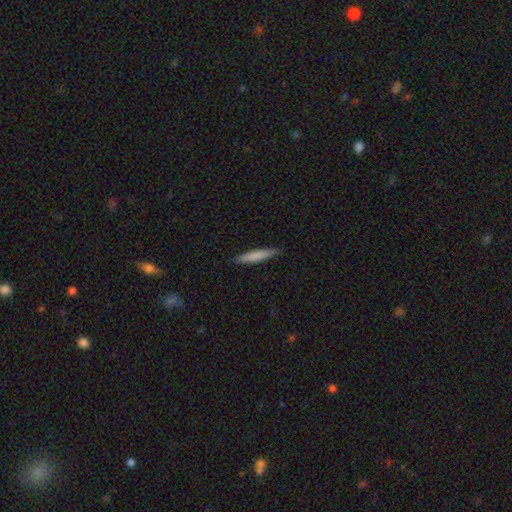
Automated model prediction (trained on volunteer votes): This is likely a smooth galaxy (76%). How rounded: clearly cigar-shaped (93%). Merging: clearly none (89%).